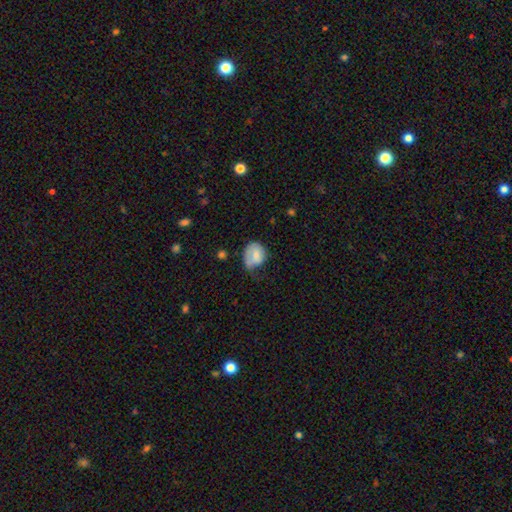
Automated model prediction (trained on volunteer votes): The model was most divided on "how rounded": round: 51%, in between: 48%, cigar-shaped: 1%. Remaining: smooth or featured — smooth (72%); merging — minor disturbance (39%).